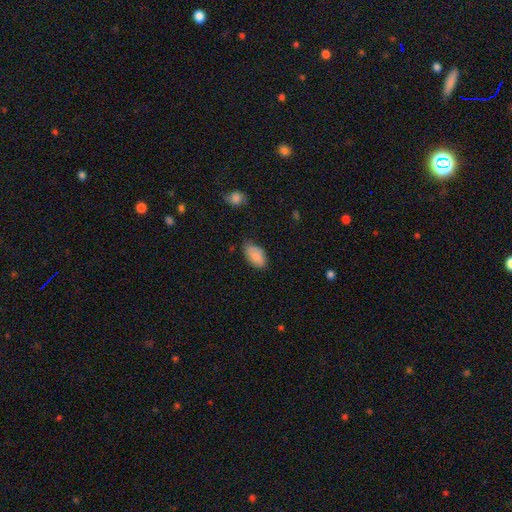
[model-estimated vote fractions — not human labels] Smooth or featured? Predicted: smooth (p=0.83). How rounded? Predicted: in between (p=0.94). Merging? Predicted: none (p=0.68).